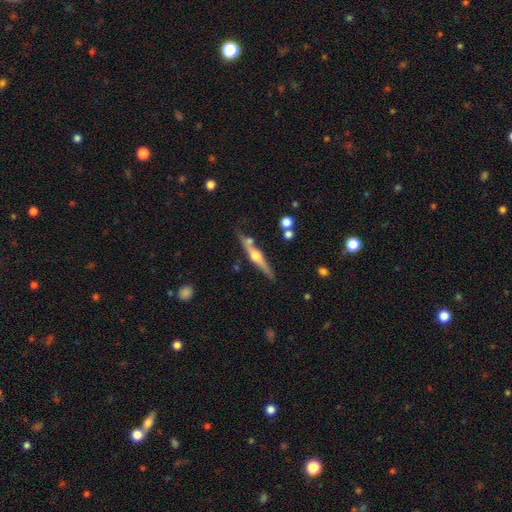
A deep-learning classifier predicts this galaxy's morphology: featured or disk 76%, smooth 19%, star or artifact 6%. Down the decision tree: edge-on disk — yes (97%); edge-on bulge — rounded (94%); merging — none (76%).